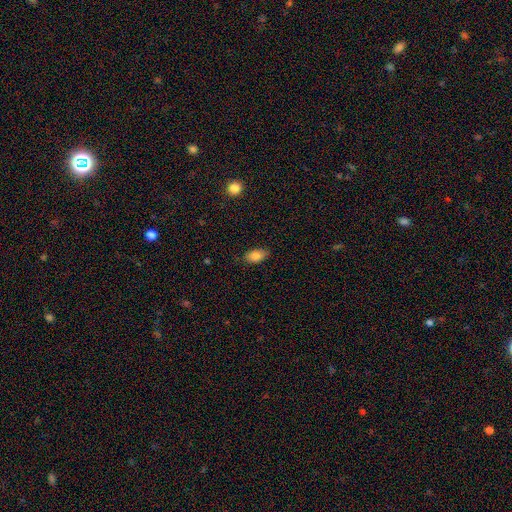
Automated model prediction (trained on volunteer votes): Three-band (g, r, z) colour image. It shows a smooth galaxy with no disk features (83%) that is in between round and cigar-shaped (91%). Merging: none (79%).